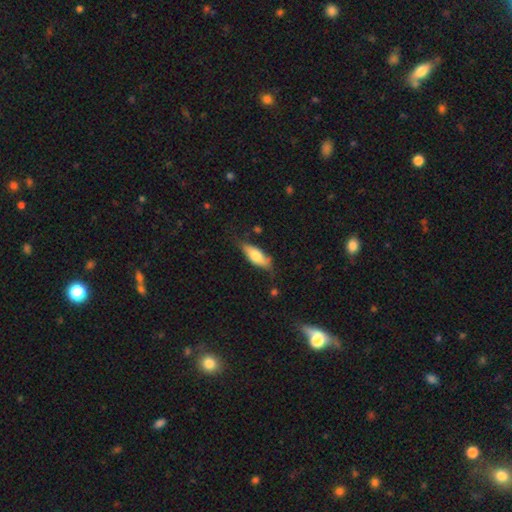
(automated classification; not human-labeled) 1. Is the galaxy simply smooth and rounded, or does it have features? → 63% smooth, 32% featured or disk, 6% star or artifact.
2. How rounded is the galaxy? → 69% in between, 28% cigar-shaped, 3% round.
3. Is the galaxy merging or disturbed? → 64% none, 27% minor disturbance, 6% major disturbance, 3% merger.